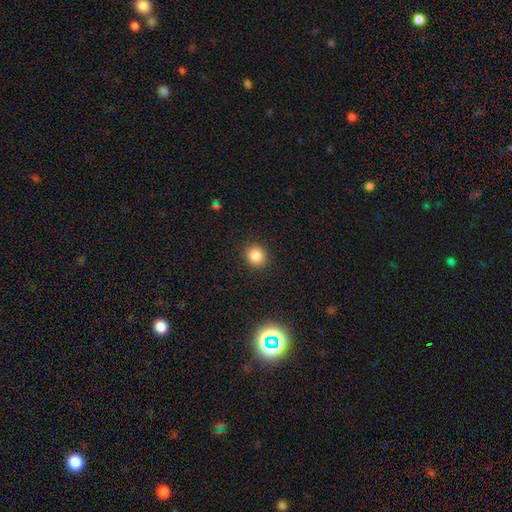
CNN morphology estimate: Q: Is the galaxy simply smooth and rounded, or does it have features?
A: smooth — 85%.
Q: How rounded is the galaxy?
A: round — 81%.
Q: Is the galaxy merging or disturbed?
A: none — 90%.